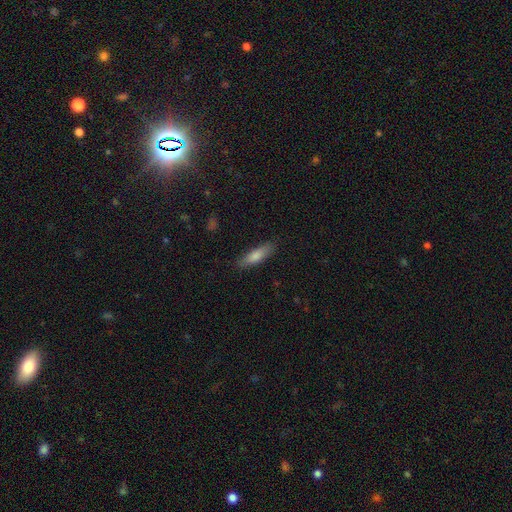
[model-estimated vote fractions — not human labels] smooth_or_featured: smooth (p=0.79) [alt: featured or disk p=0.15]
how_rounded: cigar-shaped (p=0.62) [alt: in between p=0.37]
merging: none (p=0.85) [alt: minor disturbance p=0.11]